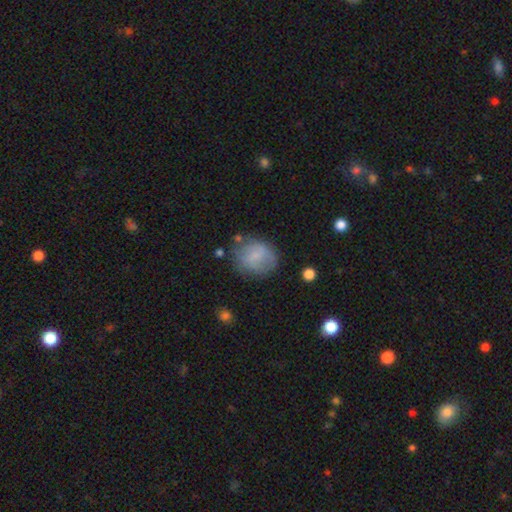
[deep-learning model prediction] Smooth or featured?
  - smooth: 68% *
  - featured or disk: 24%
  - star or artifact: 8%
How rounded?
  - round: 61% *
  - in between: 38%
  - cigar-shaped: 1%
Merging?
  - none: 65% *
  - minor disturbance: 22%
  - major disturbance: 9%
  - merger: 3%